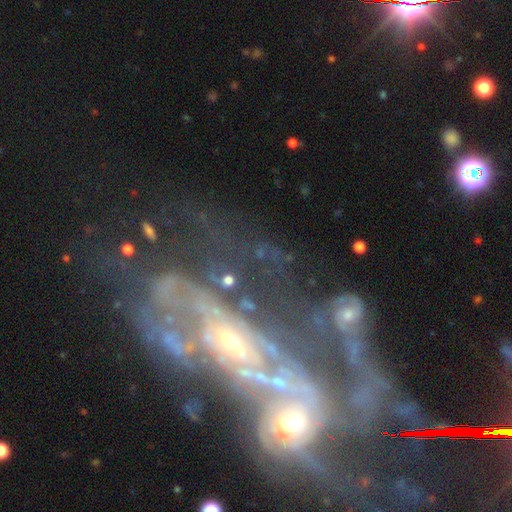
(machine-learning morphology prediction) This appears to be a featured or disk galaxy (75%) with no bar (71%), spiral arms (63%) and a small central bulge (46%). Merging: merger (69%).